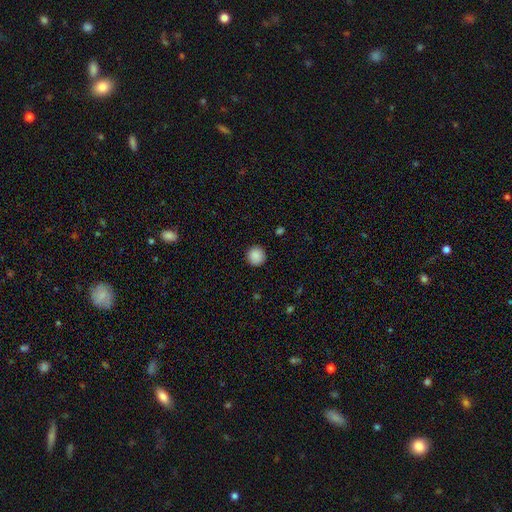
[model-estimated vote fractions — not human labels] A smooth galaxy with no disk features (89%) that is round (95%).

Vote fractions:
- Smooth or featured? smooth: 89% / star or artifact: 9% / featured or disk: 2%
- How rounded? round: 95% / in between: 4% / cigar-shaped: 1%
- Merging? none: 92% / minor disturbance: 5% / major disturbance: 2% / merger: 1%